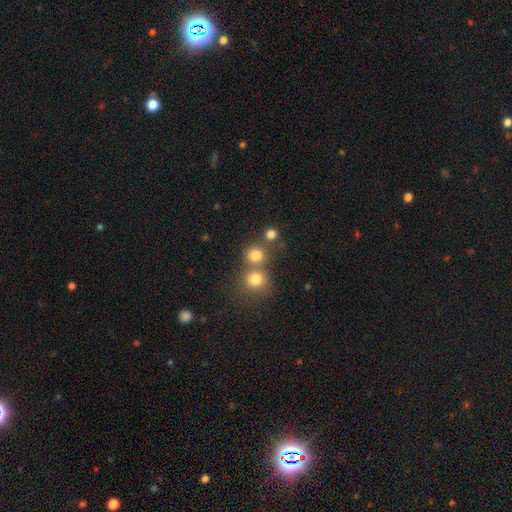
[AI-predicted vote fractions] Smooth or featured?
  - smooth: 78% *
  - star or artifact: 14%
  - featured or disk: 8%
How rounded?
  - round: 87% *
  - in between: 12%
  - cigar-shaped: 1%
Merging?
  - none: 57% *
  - merger: 33%
  - minor disturbance: 7%
  - major disturbance: 3%